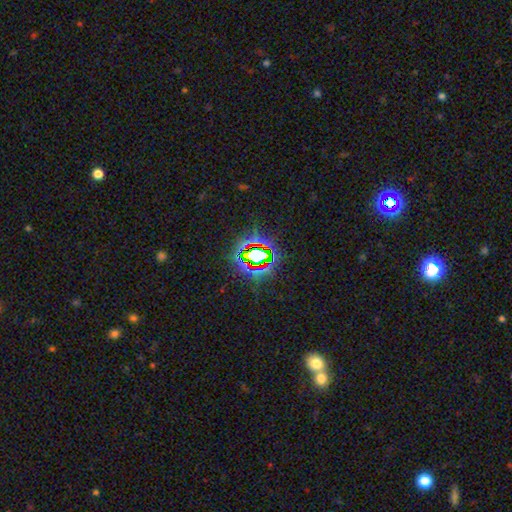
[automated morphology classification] Q: Smooth or featured?
A: star or artifact (76%); runner-up: smooth (14%)